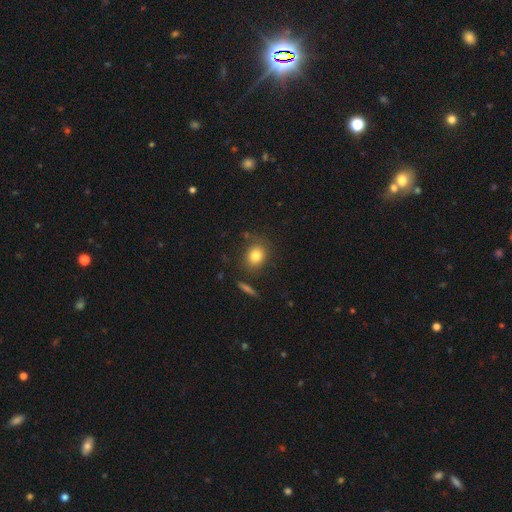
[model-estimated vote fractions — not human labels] smooth-or-featured: smooth: 82% | star or artifact: 10% | featured or disk: 8%
  how-rounded: round: 64% | in between: 35% | cigar-shaped: 2%
  merging: none: 81% | minor disturbance: 11% | merger: 4% | major disturbance: 4%